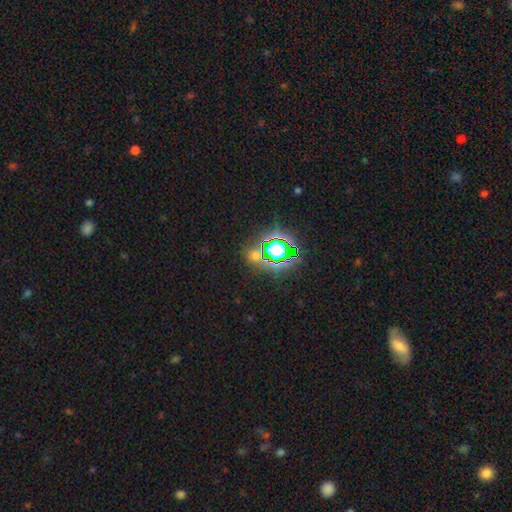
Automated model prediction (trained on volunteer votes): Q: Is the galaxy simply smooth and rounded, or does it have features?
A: star or artifact — 59%.